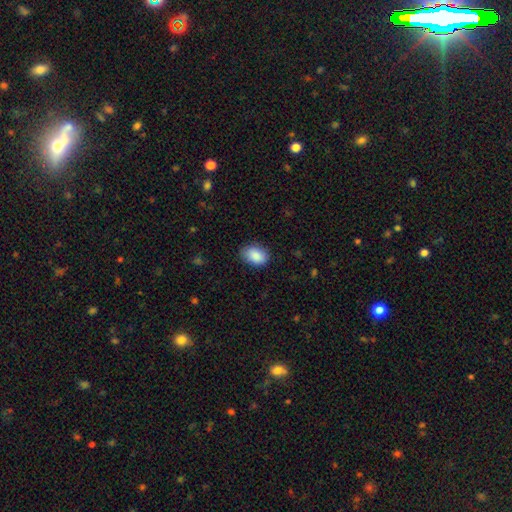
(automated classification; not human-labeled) Smooth or featured? smooth (89%)
How rounded? in between (84%)
Merging? none (81%)